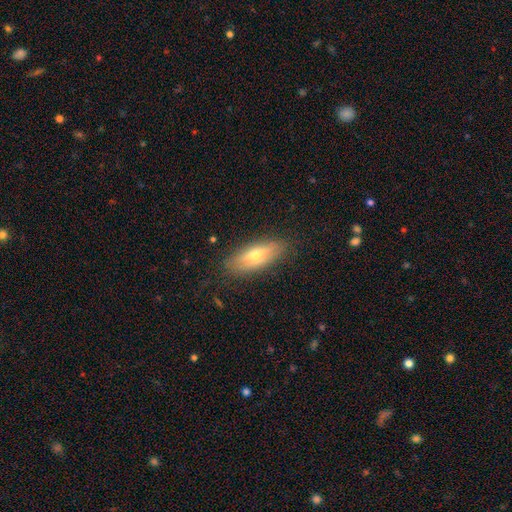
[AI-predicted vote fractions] smooth_or_featured: smooth (p=0.49) [alt: featured or disk p=0.44]
merging: none (p=0.84) [alt: minor disturbance p=0.12]